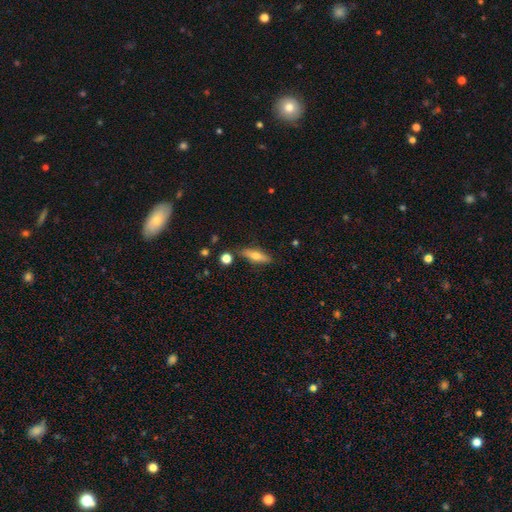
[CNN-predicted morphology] smooth_or_featured: smooth (p=0.57) [alt: featured or disk p=0.36]
how_rounded: cigar-shaped (p=0.58) [alt: in between p=0.39]
merging: none (p=0.82) [alt: minor disturbance p=0.11]